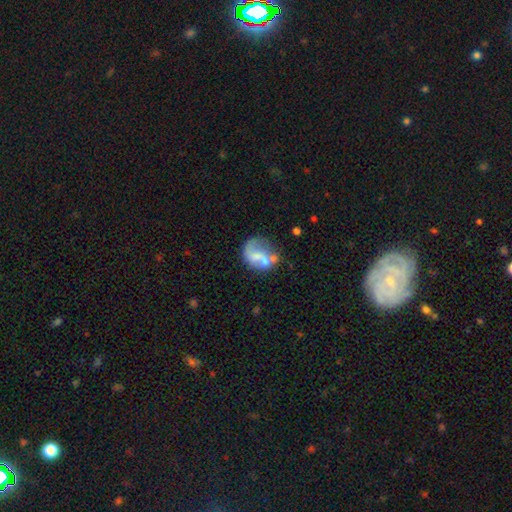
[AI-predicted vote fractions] Morphology: type=featured or disk (53%); edge-on=no (98%); bar=no (62%); spiral arms=no (54%); bulge=none (39%); merging=none (30%).